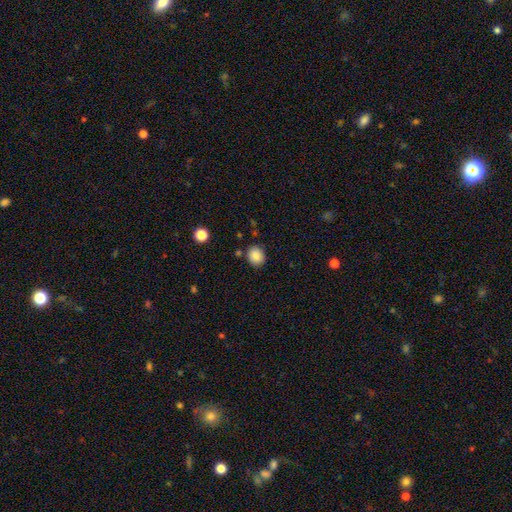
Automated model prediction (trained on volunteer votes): A smooth galaxy with no disk features (87%) that is round (69%). Merging: none (84%).